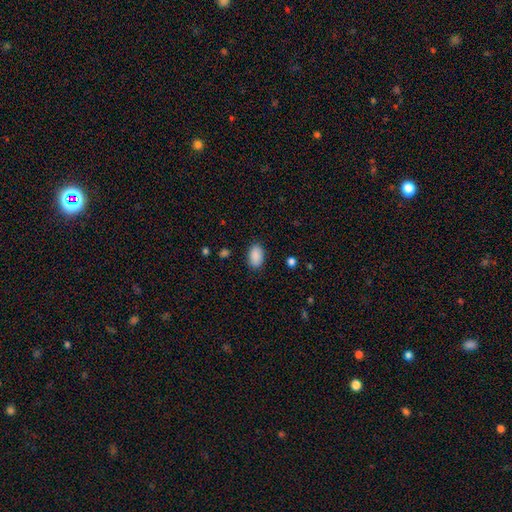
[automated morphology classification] Smooth or featured?
  - smooth: 90% *
  - star or artifact: 7%
  - featured or disk: 4%
How rounded?
  - in between: 92% *
  - round: 7%
  - cigar-shaped: 1%
Merging?
  - none: 86% *
  - minor disturbance: 10%
  - major disturbance: 3%
  - merger: 1%